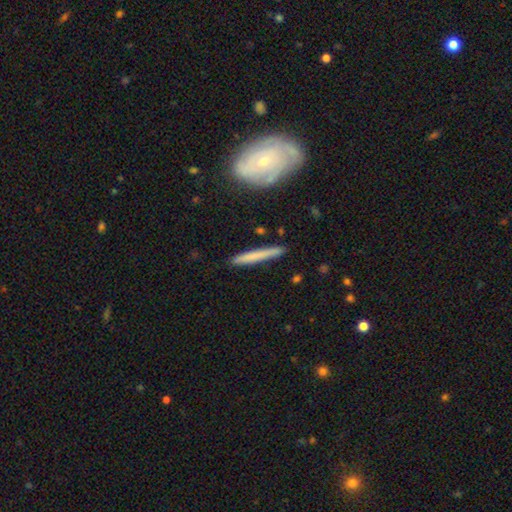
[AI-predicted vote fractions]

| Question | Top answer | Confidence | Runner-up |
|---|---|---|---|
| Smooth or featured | smooth | 62% | featured or disk (32%) |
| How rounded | cigar-shaped | 95% | in between (3%) |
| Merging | none | 87% | minor disturbance (9%) |